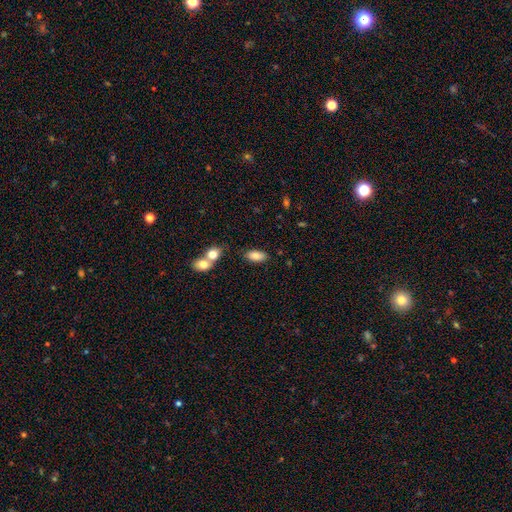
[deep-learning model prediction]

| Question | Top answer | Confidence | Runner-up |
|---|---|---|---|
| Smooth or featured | smooth | 81% | featured or disk (11%) |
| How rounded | in between | 92% | cigar-shaped (5%) |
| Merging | none | 74% | merger (11%) |